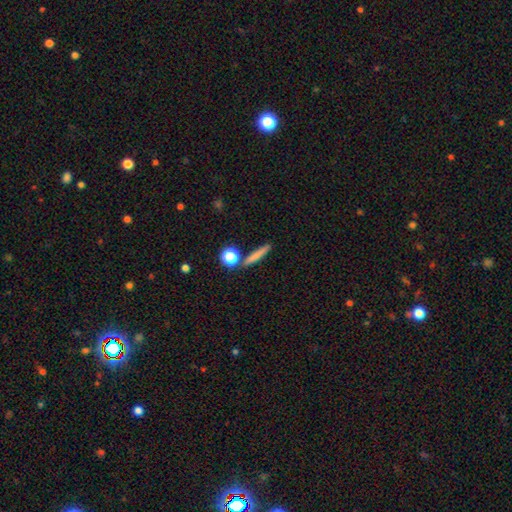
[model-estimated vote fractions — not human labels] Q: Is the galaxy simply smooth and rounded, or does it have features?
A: smooth — 73%.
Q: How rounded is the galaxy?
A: cigar-shaped — 82%.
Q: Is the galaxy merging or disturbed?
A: none — 81%.